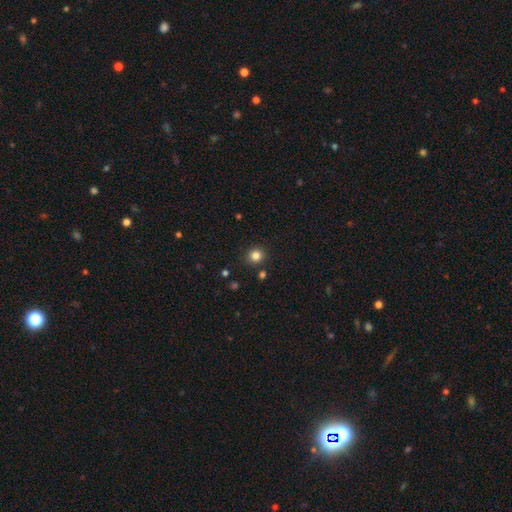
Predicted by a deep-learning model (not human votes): Overall: smooth (83%). How rounded: round (89%). Merging: none (89%).